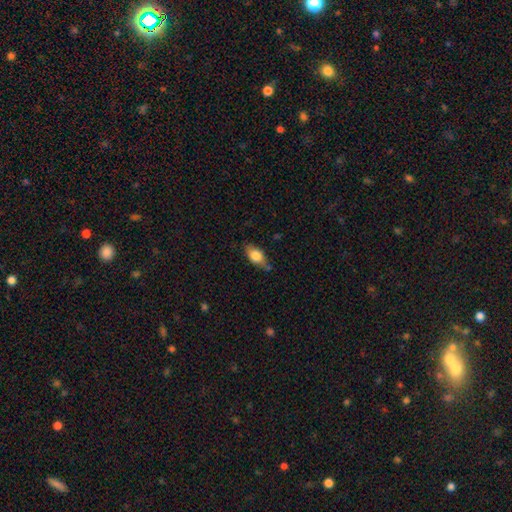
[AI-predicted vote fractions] Smooth or featured: smooth — 74% (featured or disk — 19%)
How rounded: in between — 84% (round — 9%)
Merging: none — 68% (minor disturbance — 24%)